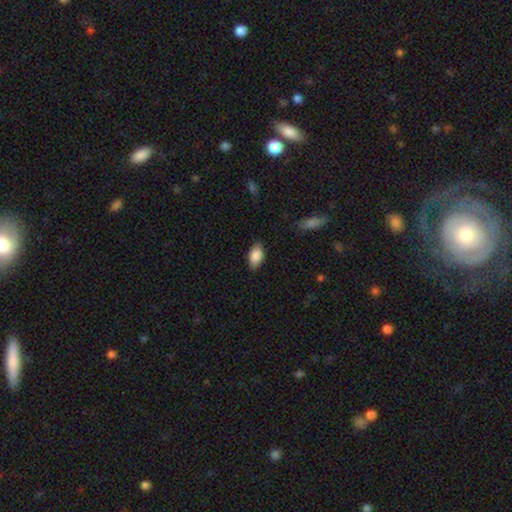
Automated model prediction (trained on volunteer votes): smooth_or_featured: smooth (p=0.87) [alt: star or artifact p=0.07]
how_rounded: in between (p=0.92) [alt: cigar-shaped p=0.04]
merging: none (p=0.84) [alt: minor disturbance p=0.12]